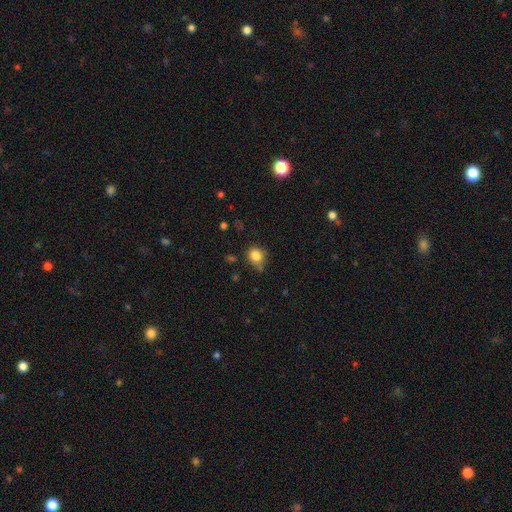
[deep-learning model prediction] Smooth or featured: smooth — 83% (star or artifact — 10%)
How rounded: round — 63% (in between — 36%)
Merging: none — 66% (minor disturbance — 24%)